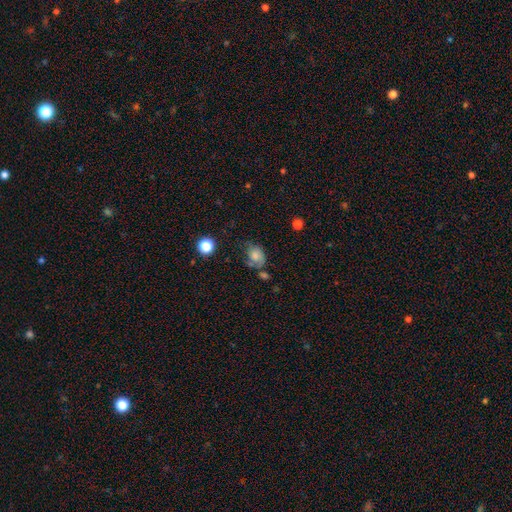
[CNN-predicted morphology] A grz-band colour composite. It shows a smooth galaxy with no disk features (67%) that is in between round and cigar-shaped (59%). Merging: none (41%).